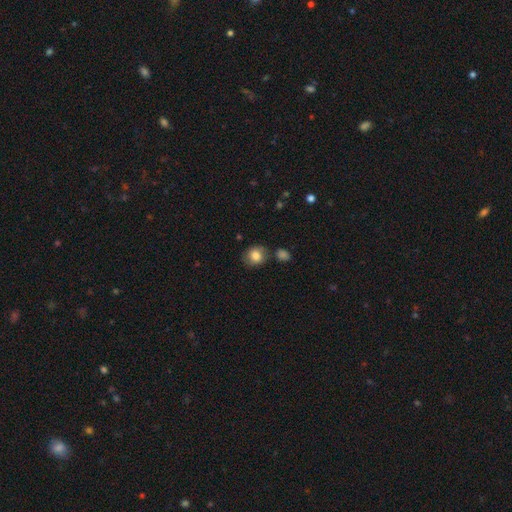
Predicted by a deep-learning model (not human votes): Q: Smooth or featured?
A: smooth (81%); runner-up: featured or disk (11%)
Q: How rounded?
A: round (67%); runner-up: in between (32%)
Q: Merging?
A: none (73%); runner-up: minor disturbance (15%)